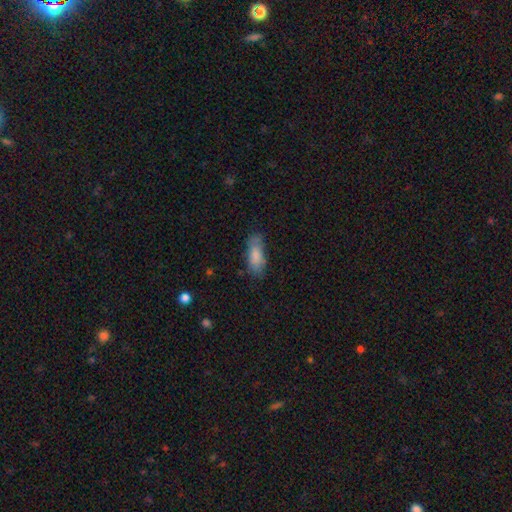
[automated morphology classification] This is clearly a smooth galaxy (83%). How rounded: likely in between (75%). Merging: likely none (70%).